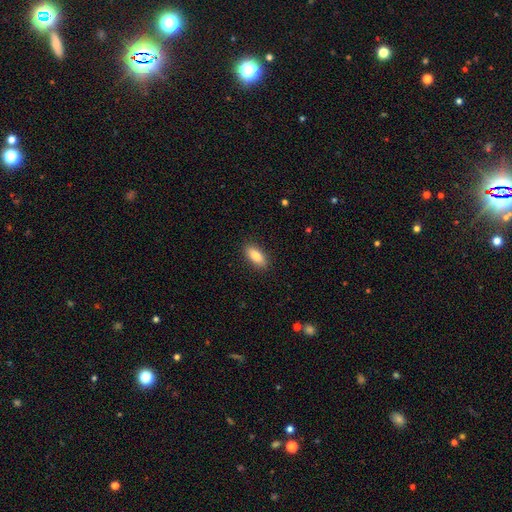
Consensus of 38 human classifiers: This appears to be a smooth galaxy with no disk features (89%) that is in between round and cigar-shaped (82%). Merging: none (94%).